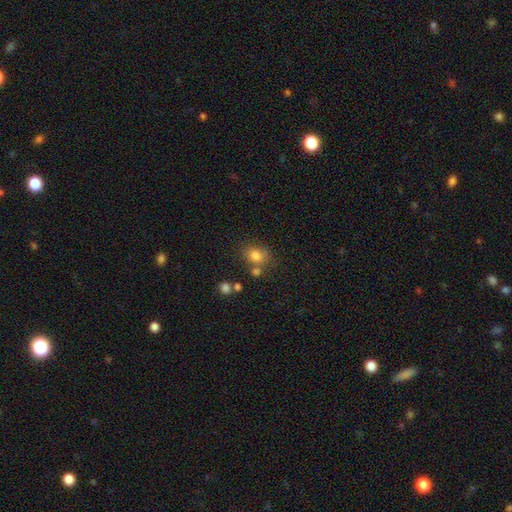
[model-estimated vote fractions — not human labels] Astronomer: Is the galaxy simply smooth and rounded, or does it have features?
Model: smooth — 79%.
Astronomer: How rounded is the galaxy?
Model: round — 56% (runner-up: in between, 43%).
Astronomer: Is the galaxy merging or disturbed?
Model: none — 63%.